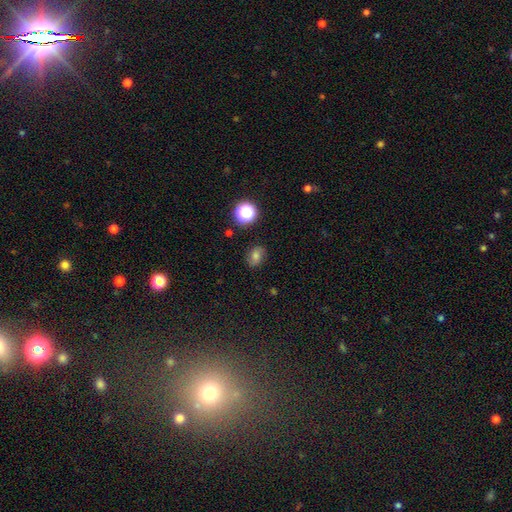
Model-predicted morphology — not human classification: smooth 61%, featured or disk 21%, star or artifact 18%. Down the decision tree: how rounded — in between (59%); merging — none (81%).